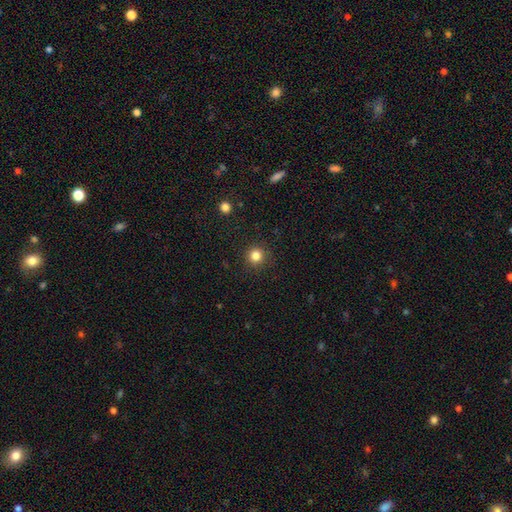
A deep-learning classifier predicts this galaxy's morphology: This is clearly a smooth galaxy (83%). How rounded: clearly round (94%). Merging: clearly none (90%).